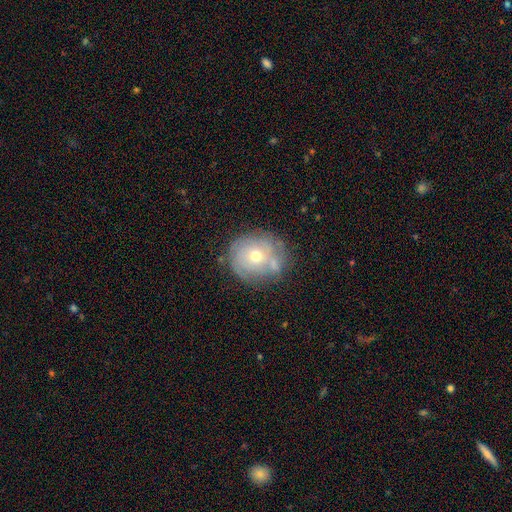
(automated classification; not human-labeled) Smooth or featured? Predicted: smooth (p=0.49). Merging? Predicted: none (p=0.60).